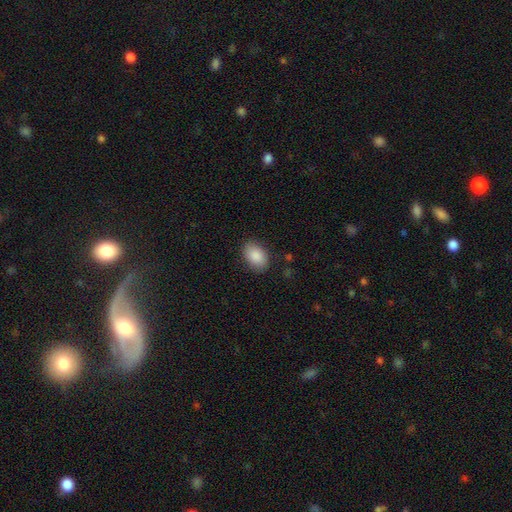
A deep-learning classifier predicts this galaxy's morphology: Q: Smooth or featured?
A: smooth (89%); runner-up: star or artifact (6%)
Q: How rounded?
A: in between (86%); runner-up: round (13%)
Q: Merging?
A: none (85%); runner-up: minor disturbance (11%)